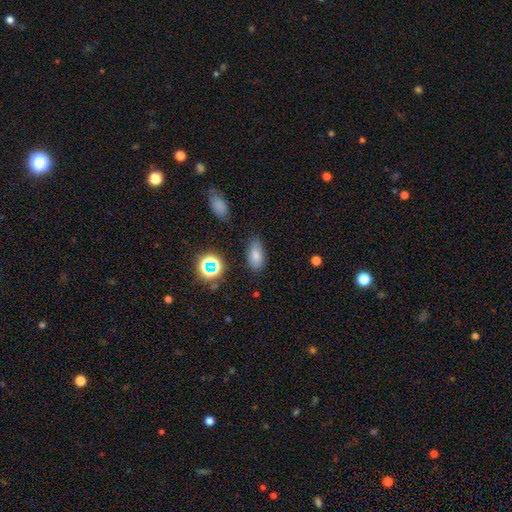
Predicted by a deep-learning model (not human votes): A smooth galaxy with no disk features (76%) that is in between round and cigar-shaped (89%).

Vote fractions:
- Smooth or featured? smooth: 76% / star or artifact: 14% / featured or disk: 10%
- How rounded? in between: 89% / round: 7% / cigar-shaped: 4%
- Merging? none: 78% / minor disturbance: 15% / major disturbance: 4% / merger: 3%